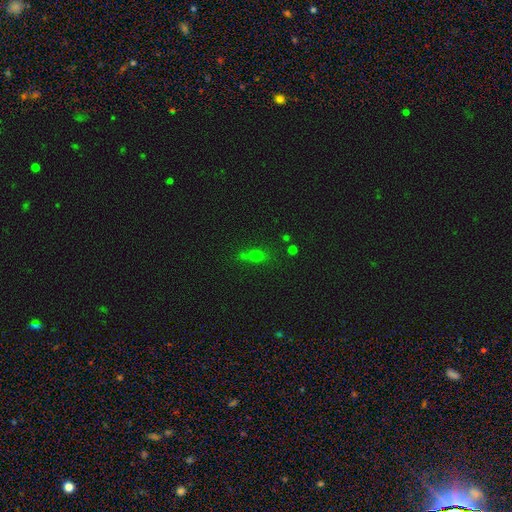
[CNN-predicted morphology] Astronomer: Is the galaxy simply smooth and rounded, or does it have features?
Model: smooth — 63%.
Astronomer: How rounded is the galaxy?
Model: round — 53% (runner-up: in between, 38%).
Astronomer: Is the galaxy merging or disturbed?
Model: none — 55%.